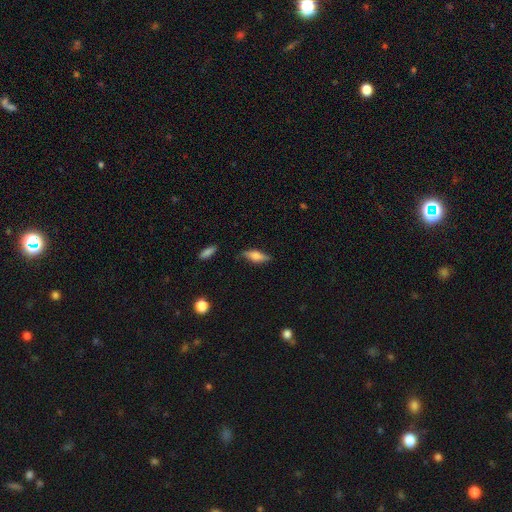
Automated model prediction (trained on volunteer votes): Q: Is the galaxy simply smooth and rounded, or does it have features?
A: smooth — 58%.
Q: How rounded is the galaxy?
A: in between — 59%.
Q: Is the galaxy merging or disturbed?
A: none — 74%.